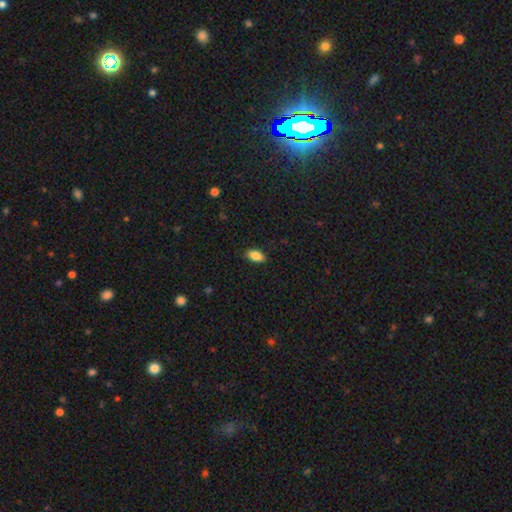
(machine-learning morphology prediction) smooth_or_featured: smooth (p=0.86) [alt: star or artifact p=0.08]
how_rounded: in between (p=0.91) [alt: round p=0.05]
merging: none (p=0.87) [alt: minor disturbance p=0.10]